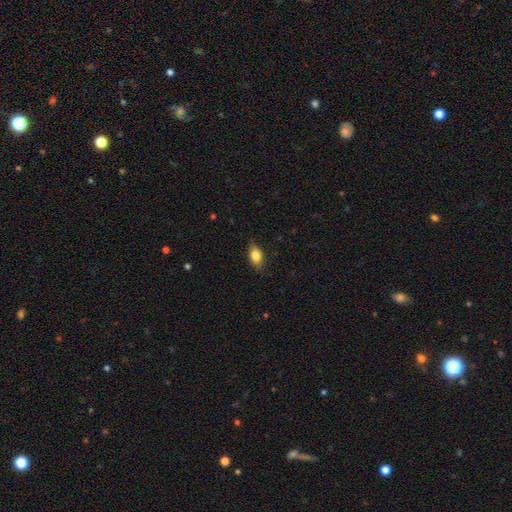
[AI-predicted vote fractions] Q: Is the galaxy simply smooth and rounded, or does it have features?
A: smooth — 81%.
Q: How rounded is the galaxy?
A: in between — 83%.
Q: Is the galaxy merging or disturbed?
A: none — 78%.